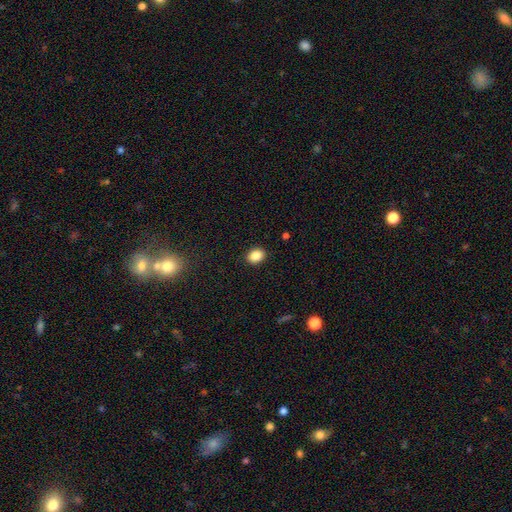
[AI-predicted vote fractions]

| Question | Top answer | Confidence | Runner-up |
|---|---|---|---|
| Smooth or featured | smooth | 87% | star or artifact (9%) |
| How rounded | in between | 57% | round (42%) |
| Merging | none | 90% | minor disturbance (7%) |